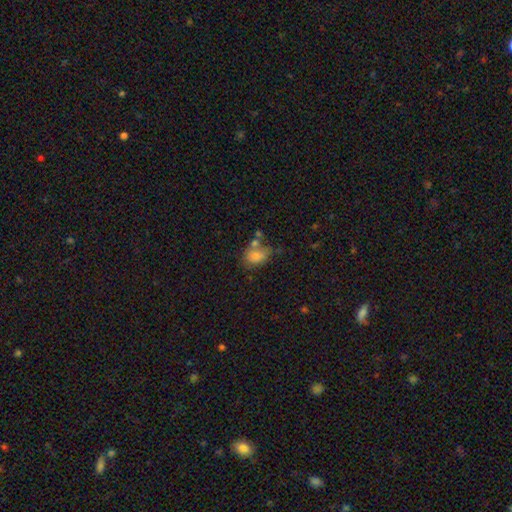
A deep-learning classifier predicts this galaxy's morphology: Smooth or featured: smooth — 76% (featured or disk — 12%)
How rounded: in between — 65% (round — 34%)
Merging: none — 43% (merger — 24%)